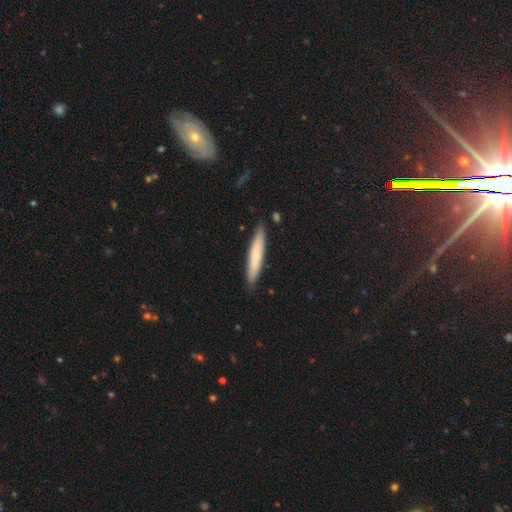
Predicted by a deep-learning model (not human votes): smooth-or-featured: smooth: 73% | featured or disk: 22% | star or artifact: 5%
  how-rounded: cigar-shaped: 93% | in between: 6% | round: 1%
  merging: none: 87% | minor disturbance: 10% | merger: 2% | major disturbance: 2%